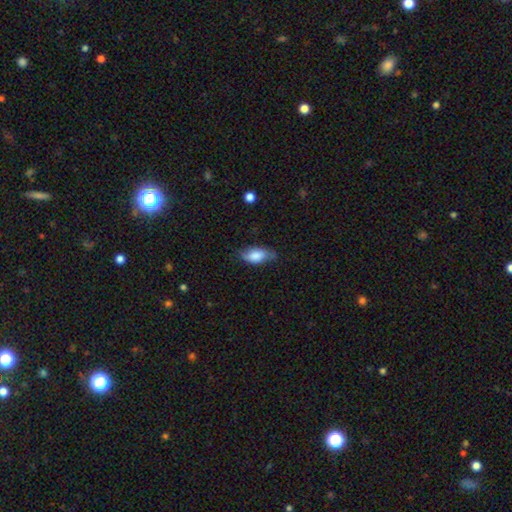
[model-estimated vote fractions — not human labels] Smooth or featured? Predicted: smooth (p=0.77). How rounded? Predicted: in between (p=0.88). Merging? Predicted: none (p=0.67).